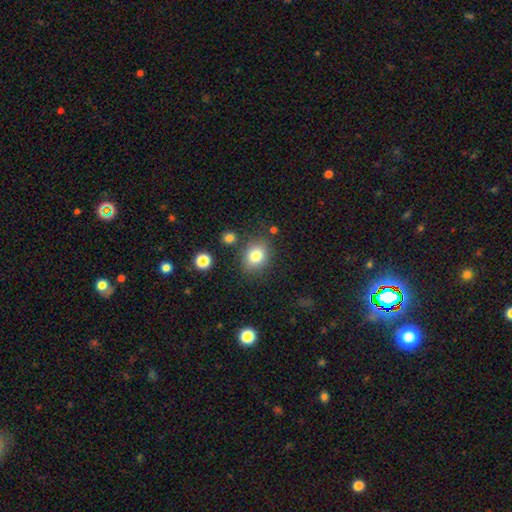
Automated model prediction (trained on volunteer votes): A smooth galaxy with no disk features (80%) that is round (57%).

Vote fractions:
- Smooth or featured? smooth: 80% / star or artifact: 11% / featured or disk: 9%
- How rounded? round: 57% / in between: 42% / cigar-shaped: 1%
- Merging? none: 80% / minor disturbance: 12% / merger: 5% / major disturbance: 4%